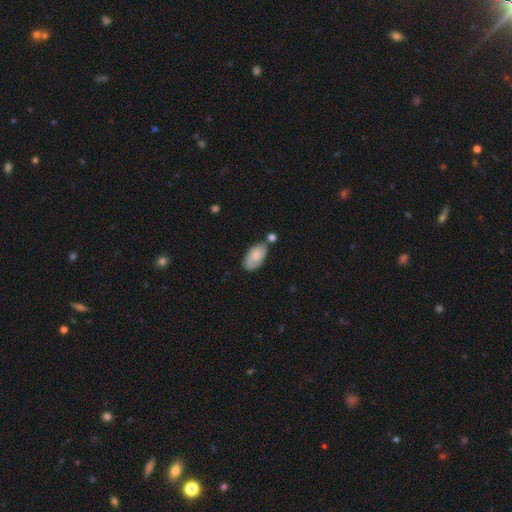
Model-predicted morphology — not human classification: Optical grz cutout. It shows a smooth galaxy with no disk features (66%) that is in between round and cigar-shaped (92%). Merging: none (51%).